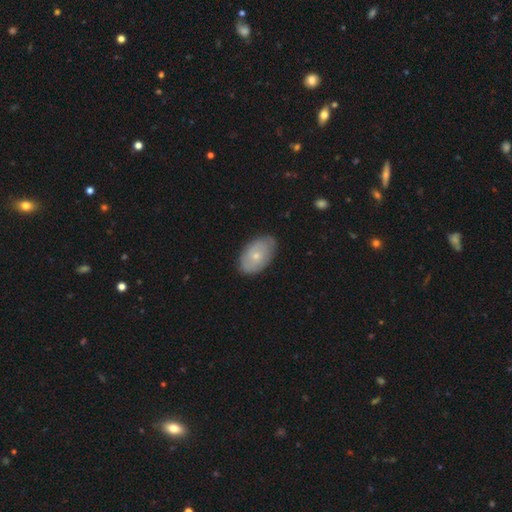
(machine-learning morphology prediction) Smooth or featured? Predicted: smooth (p=0.50). How rounded? Predicted: in between (p=0.90). Merging? Predicted: none (p=0.80).